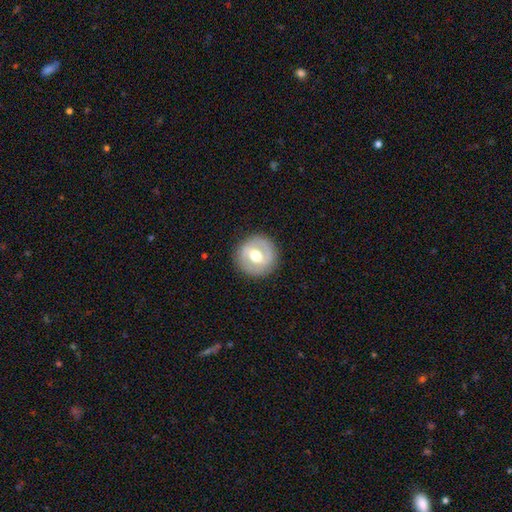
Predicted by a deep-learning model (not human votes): smooth_or_featured: featured or disk (p=0.56) [alt: smooth p=0.39]
disk_edge_on: no (p=0.96) [alt: yes p=0.04]
bar: weak (p=0.46) [alt: strong p=0.27]
has_spiral_arms: no (p=0.54) [alt: yes p=0.46]
bulge_size: moderate (p=0.75) [alt: large p=0.15]
merging: none (p=0.88) [alt: minor disturbance p=0.08]